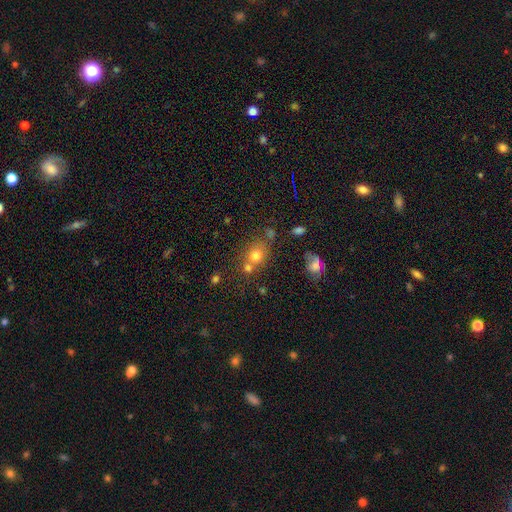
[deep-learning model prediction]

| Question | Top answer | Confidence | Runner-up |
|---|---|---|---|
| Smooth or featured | smooth | 72% | star or artifact (16%) |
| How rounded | round | 69% | in between (30%) |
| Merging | none | 51% | merger (32%) |